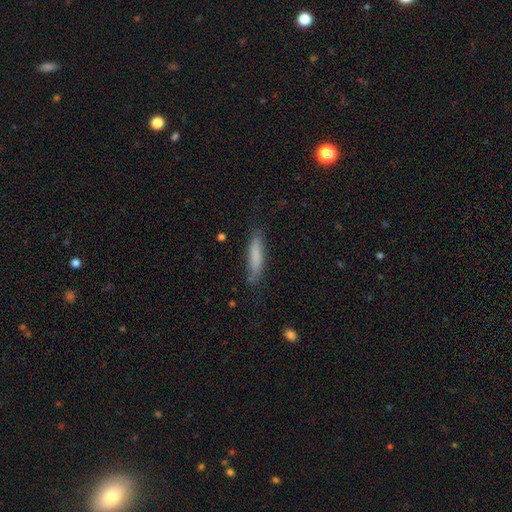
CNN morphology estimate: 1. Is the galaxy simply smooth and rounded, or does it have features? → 76% smooth, 17% featured or disk, 7% star or artifact.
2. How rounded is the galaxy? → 84% cigar-shaped, 14% in between, 1% round.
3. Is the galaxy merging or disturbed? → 78% none, 16% minor disturbance, 4% major disturbance, 2% merger.